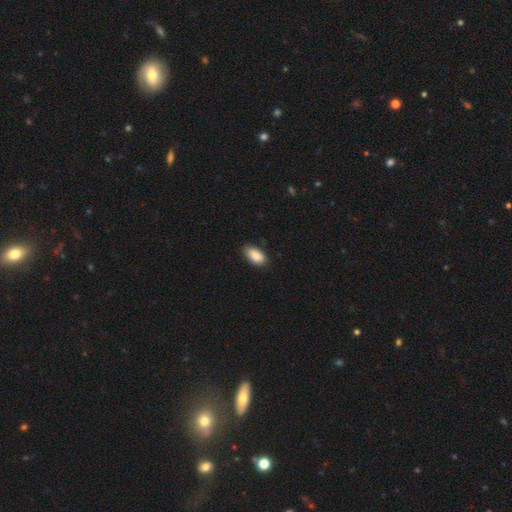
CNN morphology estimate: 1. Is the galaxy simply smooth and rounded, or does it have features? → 89% smooth, 7% star or artifact, 4% featured or disk.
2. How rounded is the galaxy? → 93% in between, 4% cigar-shaped, 3% round.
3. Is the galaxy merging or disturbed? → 80% none, 17% minor disturbance, 2% major disturbance, 1% merger.